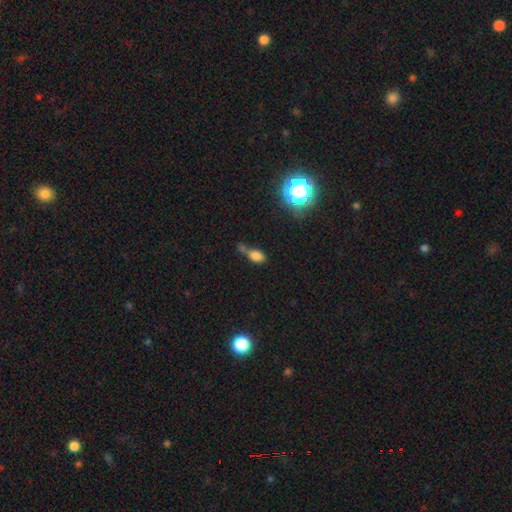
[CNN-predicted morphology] smooth_or_featured: smooth (p=0.74) [alt: star or artifact p=0.16]
how_rounded: in between (p=0.76) [alt: round p=0.19]
merging: merger (p=0.43) [alt: none p=0.28]